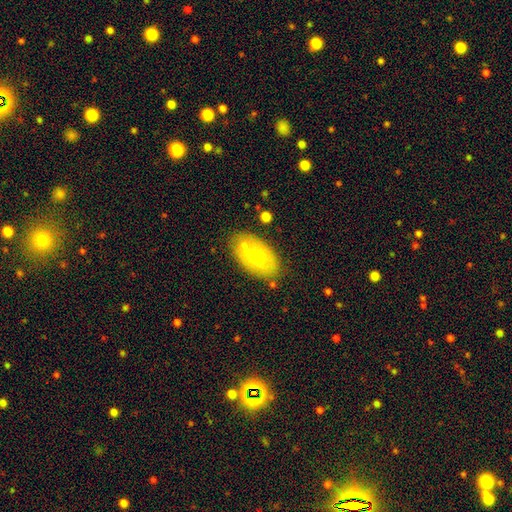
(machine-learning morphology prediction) type=smooth (69%); roundness=in between (92%); merging=none (72%).